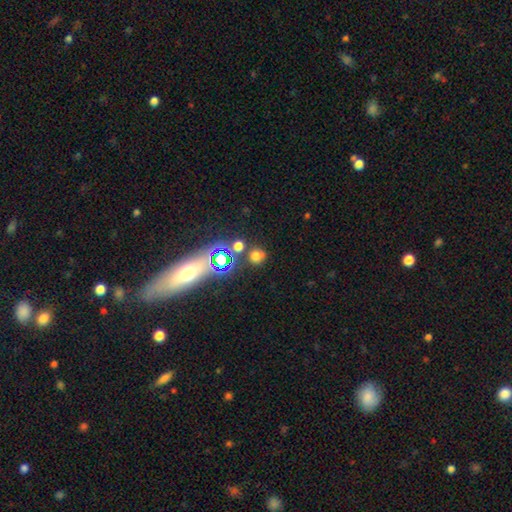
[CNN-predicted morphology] A smooth galaxy with no disk features (64%) that is round (83%). Merging: none (74%).